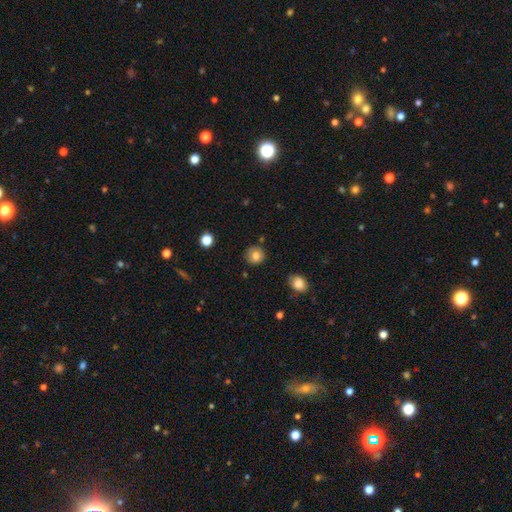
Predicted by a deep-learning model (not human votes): Smooth or featured? Predicted: smooth (p=0.80). How rounded? Predicted: round (p=0.89). Merging? Predicted: none (p=0.85).